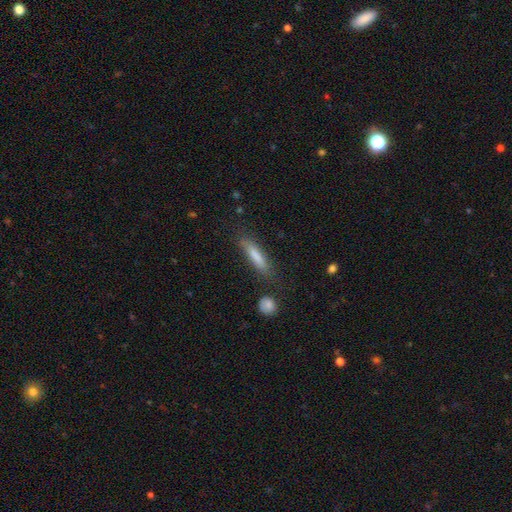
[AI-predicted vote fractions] A smooth galaxy with no disk features (70%) that is cigar-shaped (86%). Merging: none (77%).